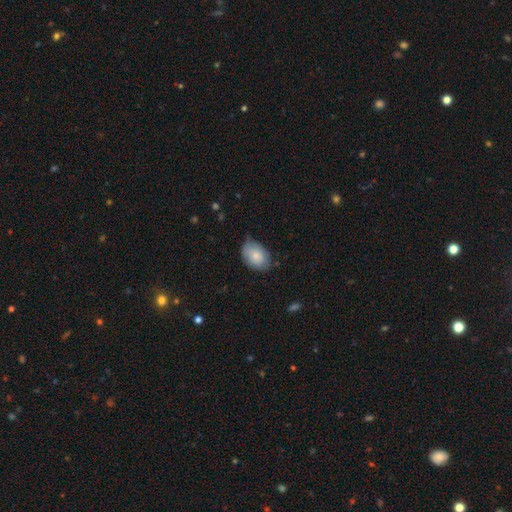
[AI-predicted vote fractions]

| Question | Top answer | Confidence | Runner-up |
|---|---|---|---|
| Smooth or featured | smooth | 81% | featured or disk (13%) |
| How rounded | in between | 85% | round (14%) |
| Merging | none | 64% | minor disturbance (30%) |